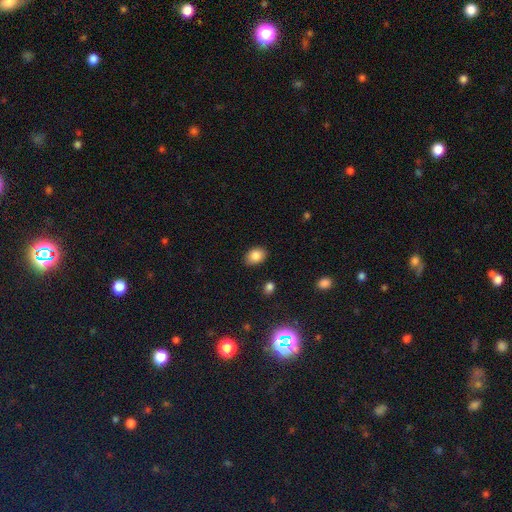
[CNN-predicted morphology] Overall: smooth (85%). How rounded: in between (78%). Merging: none (86%).